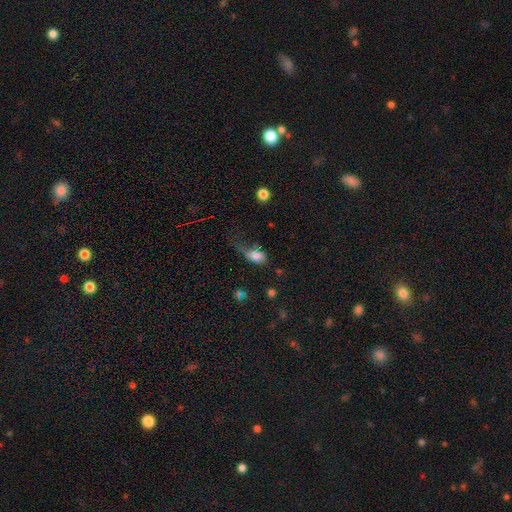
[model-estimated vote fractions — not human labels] Morphology: type=smooth (77%); roundness=in between (78%); merging=major disturbance (39%).